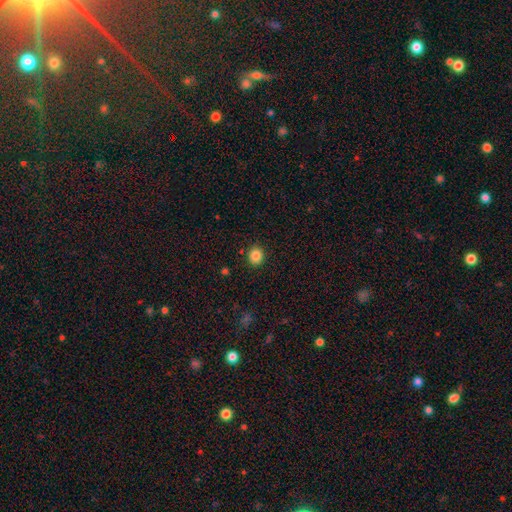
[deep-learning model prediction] The model was most divided on "how rounded": round: 75%, in between: 24%, cigar-shaped: 1%. More confident: merging — none (90%); smooth or featured — smooth (85%).